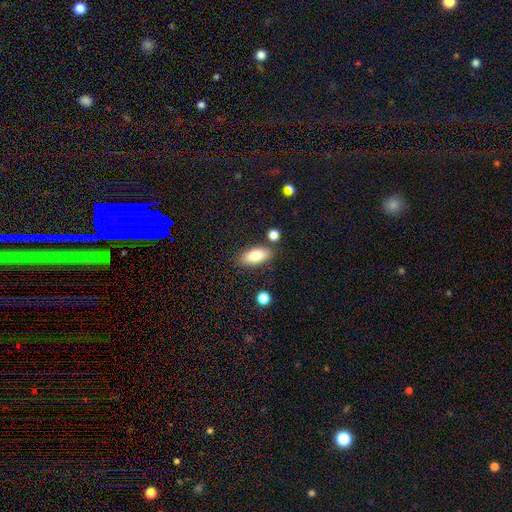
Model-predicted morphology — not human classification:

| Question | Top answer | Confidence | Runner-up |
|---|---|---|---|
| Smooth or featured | smooth | 82% | featured or disk (11%) |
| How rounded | in between | 85% | cigar-shaped (12%) |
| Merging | none | 80% | minor disturbance (12%) |